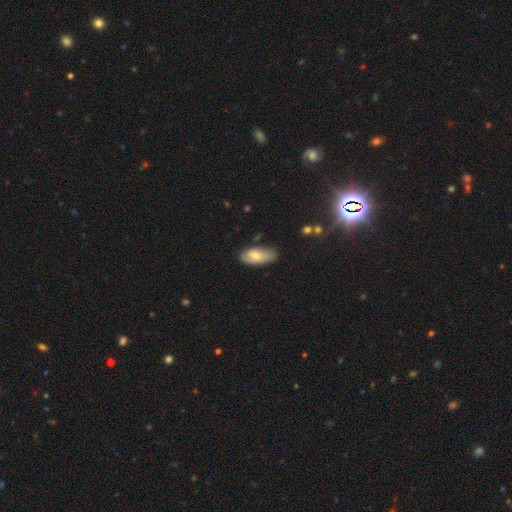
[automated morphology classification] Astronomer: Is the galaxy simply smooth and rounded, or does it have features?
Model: smooth — 61%.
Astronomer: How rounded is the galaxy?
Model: in between — 90%.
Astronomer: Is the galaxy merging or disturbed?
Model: none — 60%.